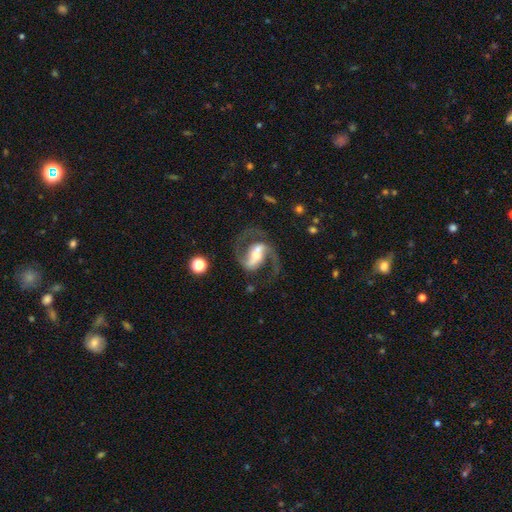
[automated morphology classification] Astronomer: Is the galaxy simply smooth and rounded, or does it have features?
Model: featured or disk — 90%.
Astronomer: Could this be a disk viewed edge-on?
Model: no — 97%.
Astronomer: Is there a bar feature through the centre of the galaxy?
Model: strong — 53% (runner-up: weak, 32%).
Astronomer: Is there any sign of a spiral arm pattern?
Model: yes — 97%.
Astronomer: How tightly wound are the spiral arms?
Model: medium — 58%.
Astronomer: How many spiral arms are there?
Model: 2 — 93%.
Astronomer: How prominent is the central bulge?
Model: moderate — 45% (runner-up: small, 35%).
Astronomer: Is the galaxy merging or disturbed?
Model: none — 69%.